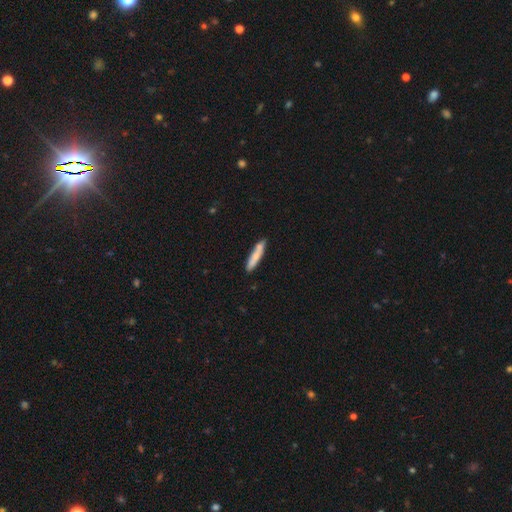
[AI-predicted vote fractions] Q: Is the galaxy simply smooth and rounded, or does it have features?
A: smooth — 74%.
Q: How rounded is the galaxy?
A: cigar-shaped — 90%.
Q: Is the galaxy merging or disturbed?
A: none — 78%.